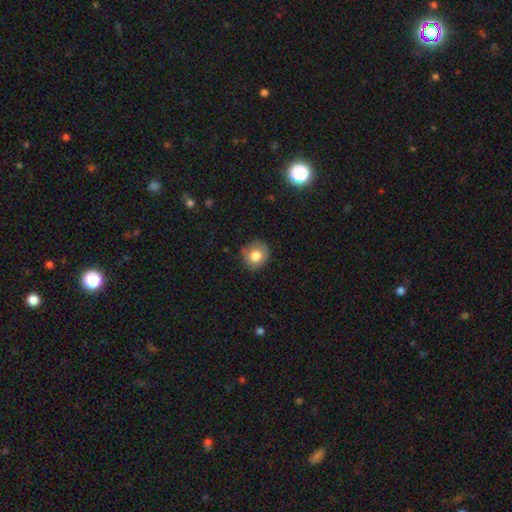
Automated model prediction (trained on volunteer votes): Smooth or featured? Predicted: smooth (p=0.78). How rounded? Predicted: round (p=0.85). Merging? Predicted: none (p=0.80).